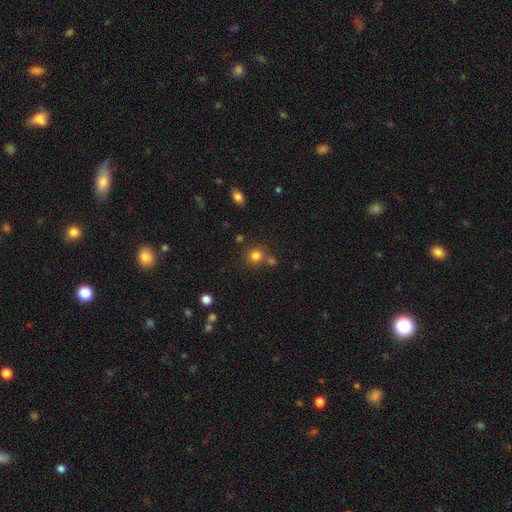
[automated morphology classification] smooth_or_featured: smooth (p=0.79) [alt: star or artifact p=0.15]
how_rounded: round (p=0.89) [alt: in between p=0.10]
merging: none (p=0.69) [alt: merger p=0.19]